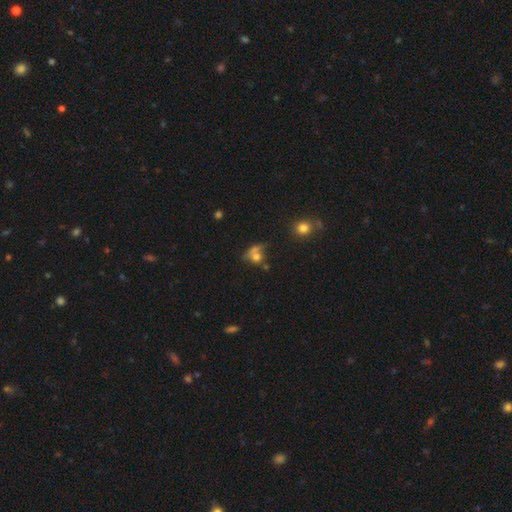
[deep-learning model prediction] Overall: smooth (65%). How rounded: round (59%; in between 38%). Merging: merger (38%; none 32%).